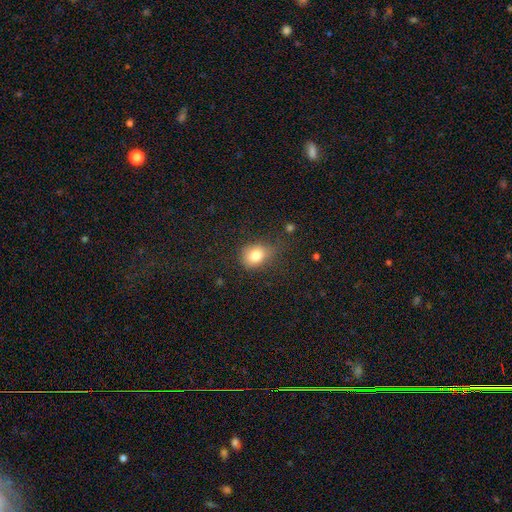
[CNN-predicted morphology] A smooth galaxy with no disk features (80%) that is round (50%). Merging: none (61%).